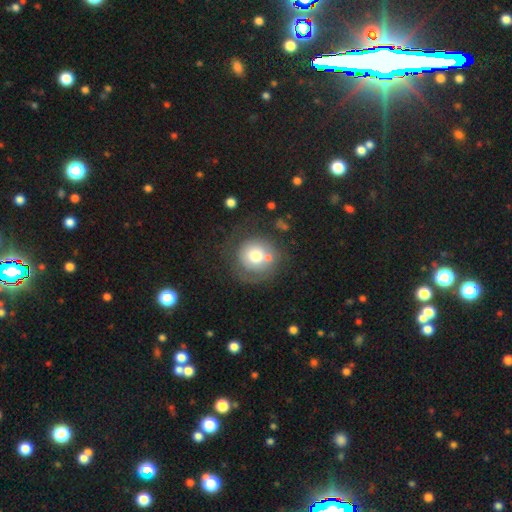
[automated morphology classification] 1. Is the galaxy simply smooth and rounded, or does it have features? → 61% smooth, 30% featured or disk, 8% star or artifact.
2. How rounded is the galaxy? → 90% round, 9% in between, 1% cigar-shaped.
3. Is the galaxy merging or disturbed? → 48% none, 20% minor disturbance, 19% major disturbance, 13% merger.